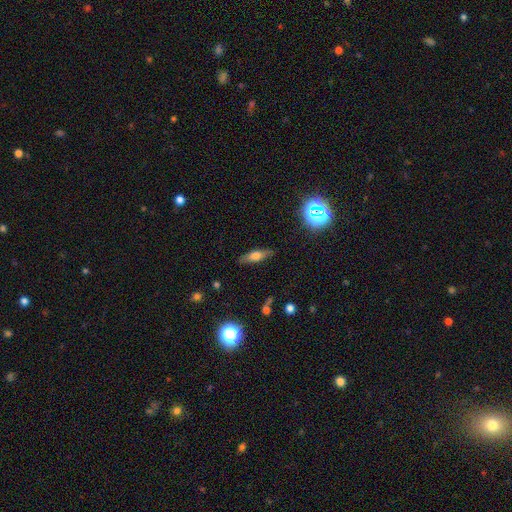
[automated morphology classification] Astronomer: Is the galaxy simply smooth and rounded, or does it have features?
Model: smooth — 53% (runner-up: featured or disk, 36%).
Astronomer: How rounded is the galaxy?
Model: cigar-shaped — 51% (runner-up: in between, 45%).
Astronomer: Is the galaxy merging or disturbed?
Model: none — 85%.